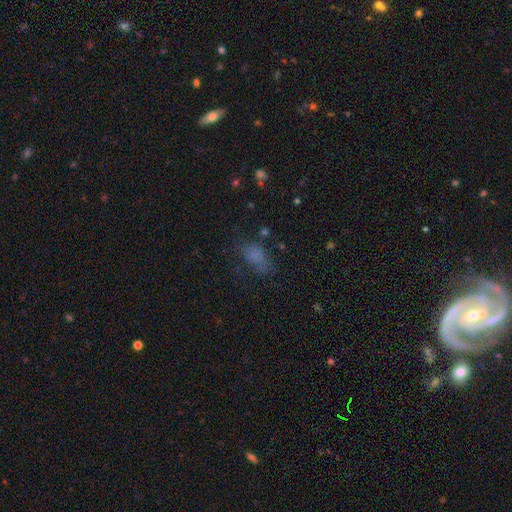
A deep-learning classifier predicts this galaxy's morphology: This is likely a smooth galaxy (71%). How rounded: clearly in between (83%). Merging: possibly none (52%).